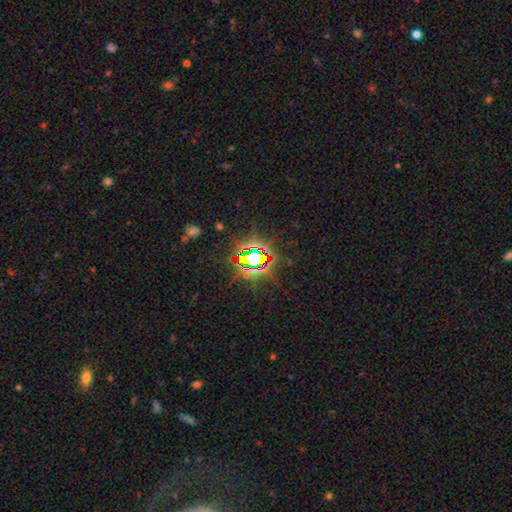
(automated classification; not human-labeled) Smooth or featured? Predicted: star or artifact (p=0.82).